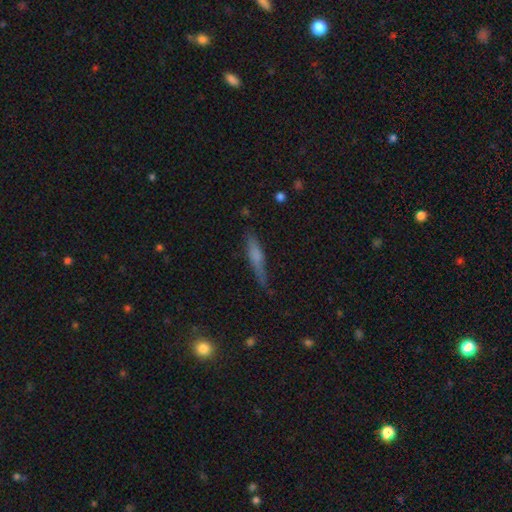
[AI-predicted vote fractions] Overall: smooth (60%; featured or disk 32%). How rounded: cigar-shaped (86%). Merging: none (67%).